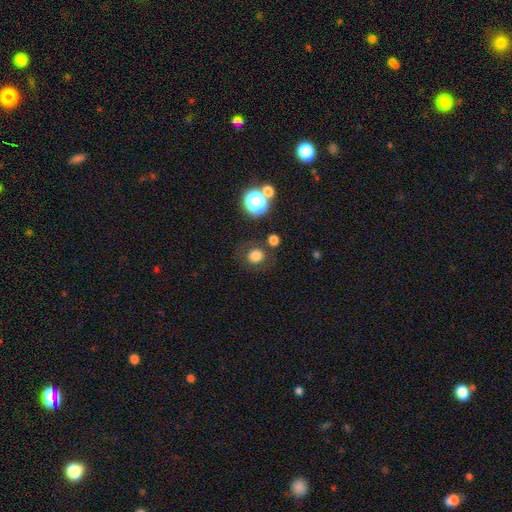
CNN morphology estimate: Smooth or featured? Predicted: smooth (p=0.78). How rounded? Predicted: round (p=0.82). Merging? Predicted: none (p=0.77).